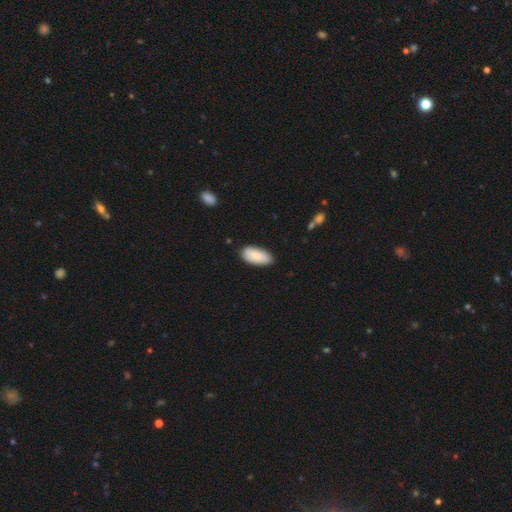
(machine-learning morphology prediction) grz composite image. It shows a smooth galaxy with no disk features (84%) that is in between round and cigar-shaped (93%). Merging: none (82%).